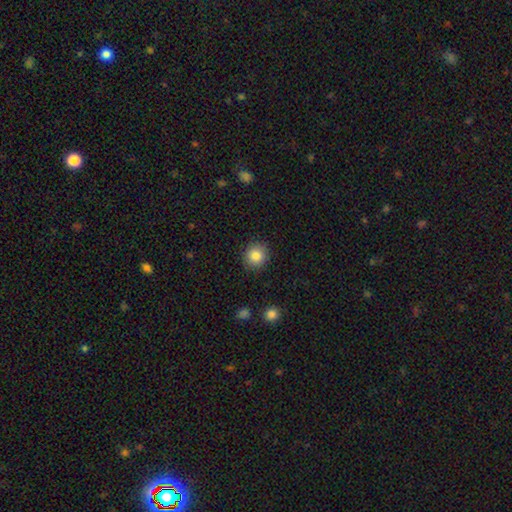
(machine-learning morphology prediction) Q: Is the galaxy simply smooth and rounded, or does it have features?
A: smooth — 85%.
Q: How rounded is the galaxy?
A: round — 86%.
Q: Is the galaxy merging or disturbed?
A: none — 89%.